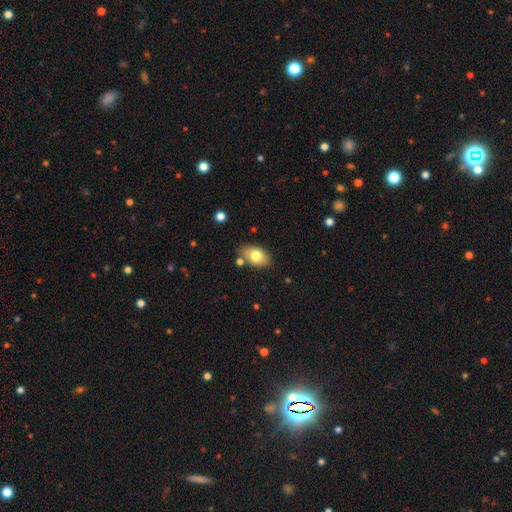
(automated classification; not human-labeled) Smooth or featured? smooth (77%)
How rounded? in between (86%)
Merging? none (77%)